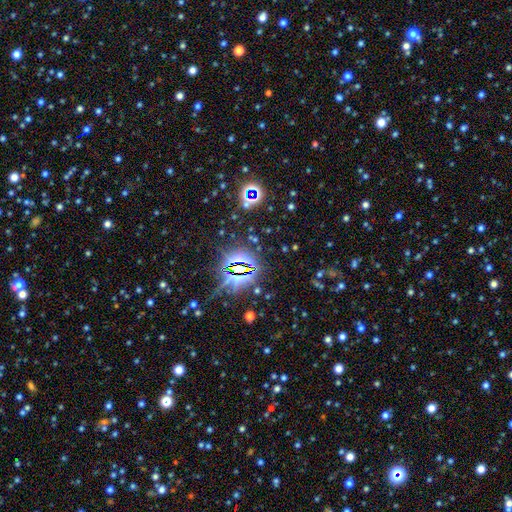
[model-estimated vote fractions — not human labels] A star or artifact, not a galaxy (82%).